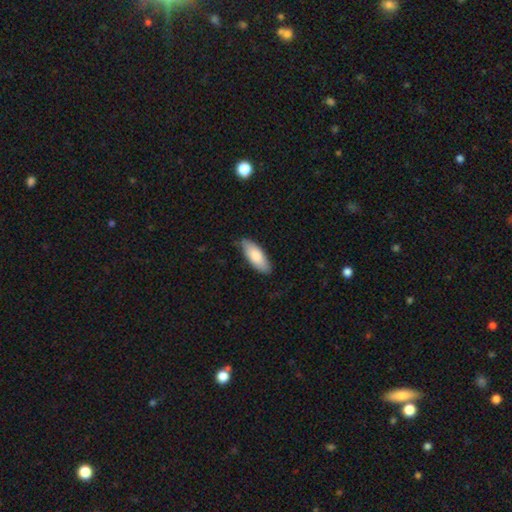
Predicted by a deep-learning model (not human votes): A smooth galaxy with no disk features (83%) that is in between round and cigar-shaped (76%).

Vote fractions:
- Smooth or featured? smooth: 83% / featured or disk: 12% / star or artifact: 5%
- How rounded? in between: 76% / cigar-shaped: 23% / round: 2%
- Merging? none: 81% / minor disturbance: 16% / major disturbance: 2% / merger: 1%